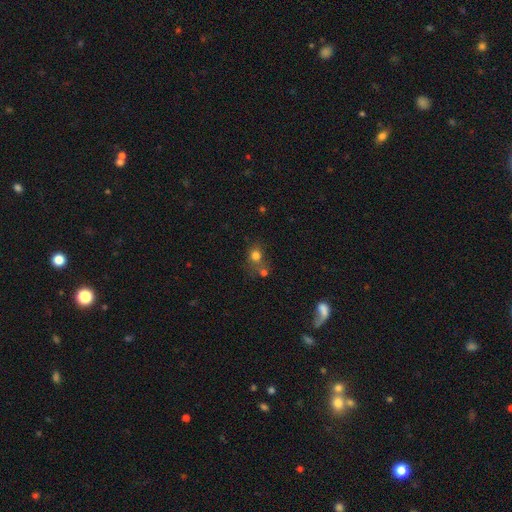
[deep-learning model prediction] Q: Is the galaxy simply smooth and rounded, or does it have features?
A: smooth — 74%.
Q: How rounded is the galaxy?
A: round — 74%.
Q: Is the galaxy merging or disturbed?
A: none — 49%.